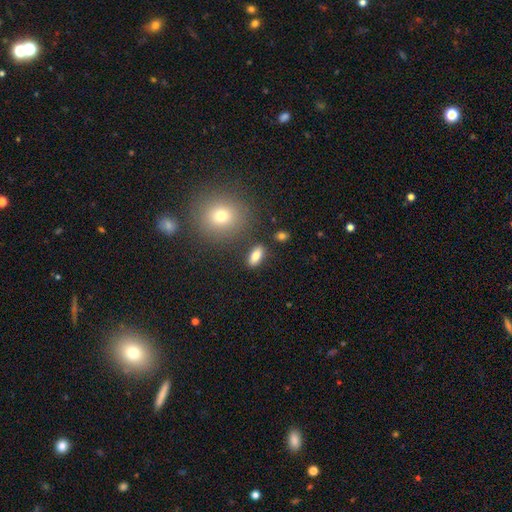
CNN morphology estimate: Smooth or featured? smooth (79%)
How rounded? in between (82%)
Merging? none (84%)